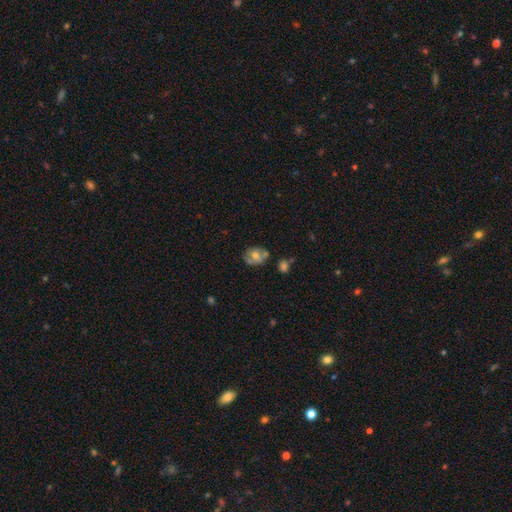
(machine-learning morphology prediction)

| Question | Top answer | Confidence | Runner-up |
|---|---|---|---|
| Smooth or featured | smooth | 55% | featured or disk (37%) |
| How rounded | in between | 52% | round (47%) |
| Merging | none | 62% | minor disturbance (19%) |